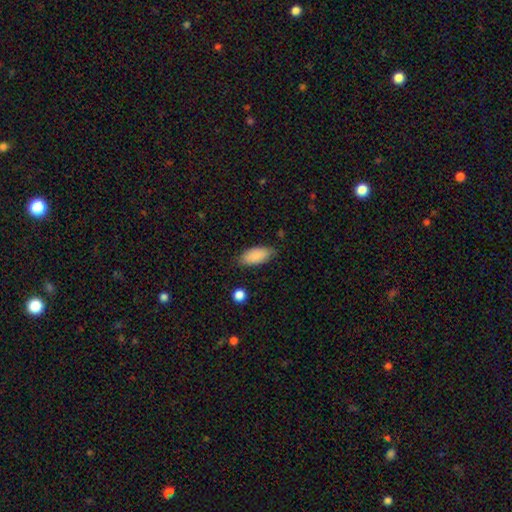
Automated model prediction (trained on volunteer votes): Overall: smooth (87%). How rounded: in between (89%). Merging: none (78%).